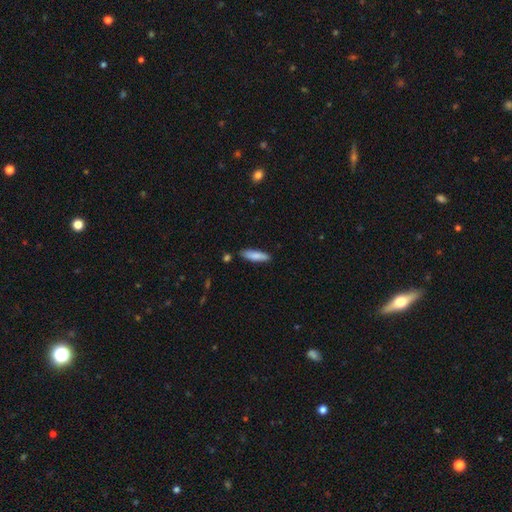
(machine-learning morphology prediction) Smooth or featured: smooth — 82% (featured or disk — 12%)
How rounded: cigar-shaped — 69% (in between — 30%)
Merging: none — 83% (minor disturbance — 12%)